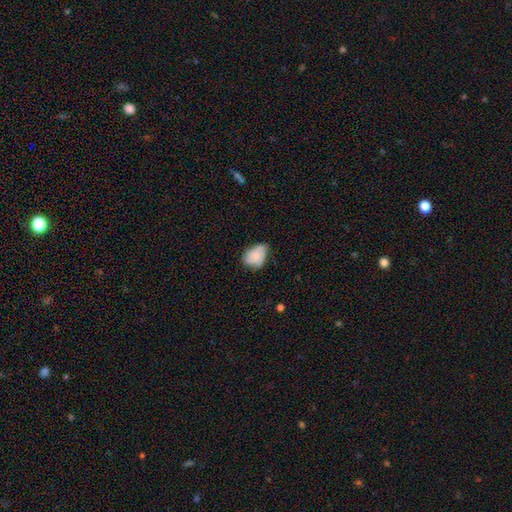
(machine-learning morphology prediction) Smooth or featured: smooth — 69% (featured or disk — 22%)
How rounded: in between — 73% (round — 25%)
Merging: none — 43% (minor disturbance — 42%)